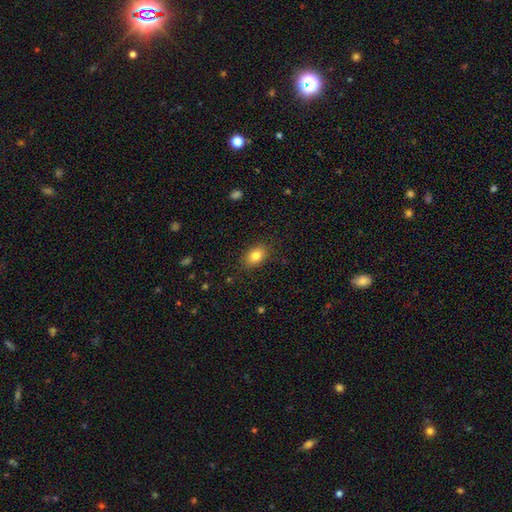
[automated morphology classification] smooth_or_featured: smooth (p=0.83) [alt: star or artifact p=0.09]
how_rounded: in between (p=0.82) [alt: round p=0.17]
merging: none (p=0.85) [alt: minor disturbance p=0.11]